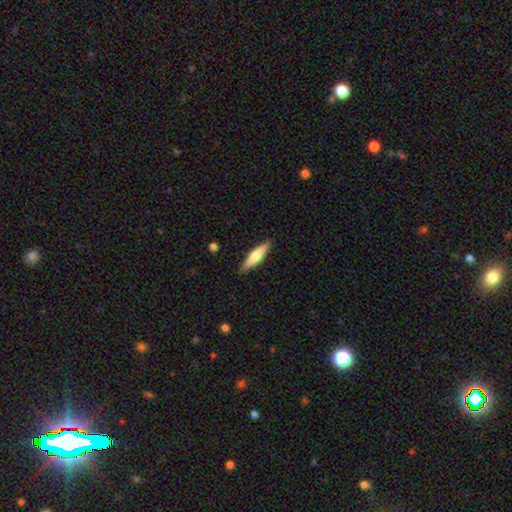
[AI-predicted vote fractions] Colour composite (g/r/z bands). It shows a smooth galaxy with no disk features (50%) that is cigar-shaped (77%). Merging: none (89%).